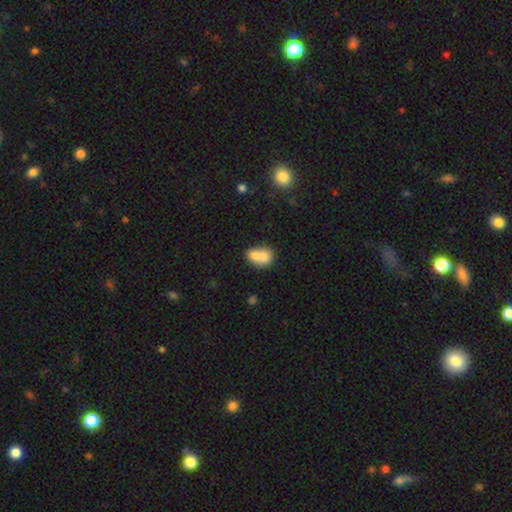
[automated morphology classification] Smooth or featured: smooth — 71% (featured or disk — 20%)
How rounded: round — 52% (in between — 47%)
Merging: merger — 71% (none — 20%)